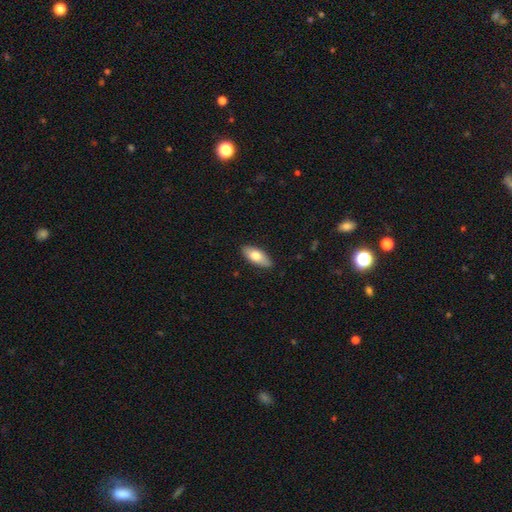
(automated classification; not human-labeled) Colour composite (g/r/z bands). It shows a smooth galaxy with no disk features (74%) that is in between round and cigar-shaped (84%). Merging: none (86%).